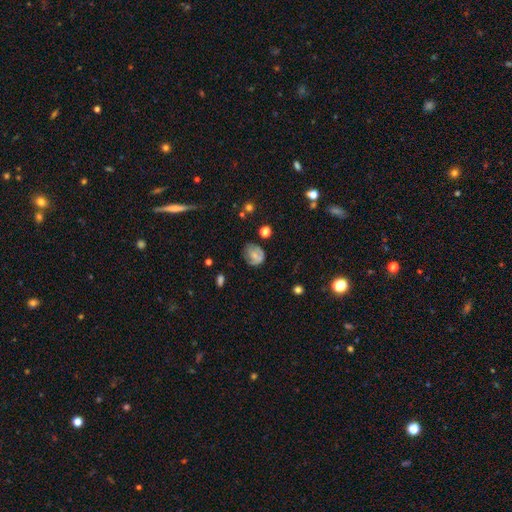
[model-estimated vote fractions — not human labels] Smooth or featured: smooth — 52% (featured or disk — 36%)
How rounded: round — 59% (in between — 40%)
Merging: none — 55% (minor disturbance — 27%)